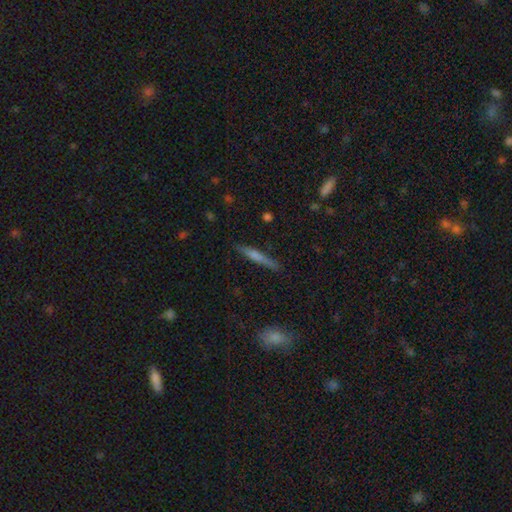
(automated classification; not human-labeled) A smooth galaxy with no disk features (47%).

Vote fractions:
- Smooth or featured? smooth: 47% / featured or disk: 45% / star or artifact: 8%
- Merging? none: 86% / minor disturbance: 10% / major disturbance: 2% / merger: 2%